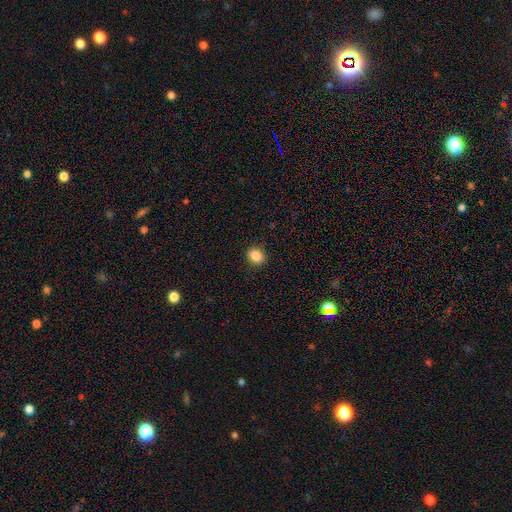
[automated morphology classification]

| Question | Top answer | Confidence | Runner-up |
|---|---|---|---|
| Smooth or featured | smooth | 86% | star or artifact (10%) |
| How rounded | round | 67% | in between (32%) |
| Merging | none | 90% | minor disturbance (7%) |